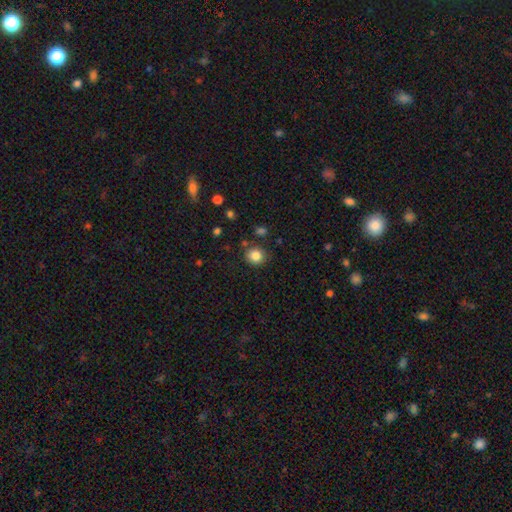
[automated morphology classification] type=smooth (84%); roundness=round (85%); merging=none (83%).